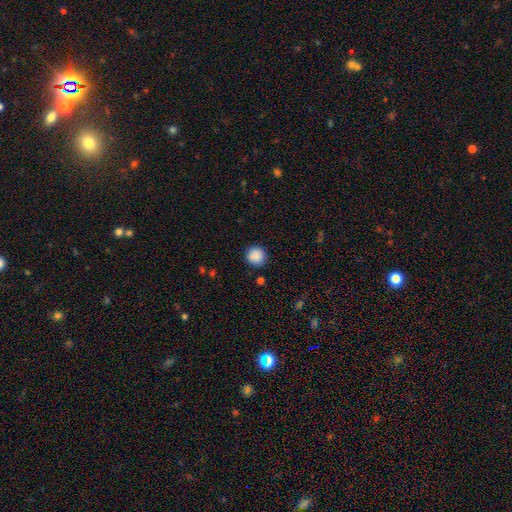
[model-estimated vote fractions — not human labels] Q: Smooth or featured?
A: smooth (88%); runner-up: star or artifact (9%)
Q: How rounded?
A: round (93%); runner-up: in between (6%)
Q: Merging?
A: none (89%); runner-up: minor disturbance (8%)